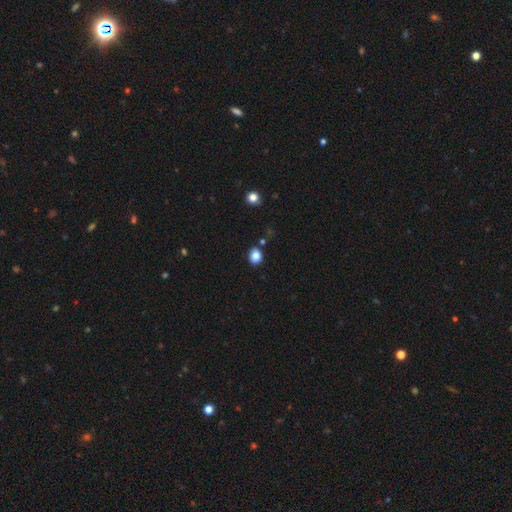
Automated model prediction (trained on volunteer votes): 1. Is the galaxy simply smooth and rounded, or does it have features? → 85% smooth, 11% star or artifact, 4% featured or disk.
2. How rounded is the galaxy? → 59% round, 40% in between, 1% cigar-shaped.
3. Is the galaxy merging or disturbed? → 83% none, 11% minor disturbance, 4% merger, 2% major disturbance.